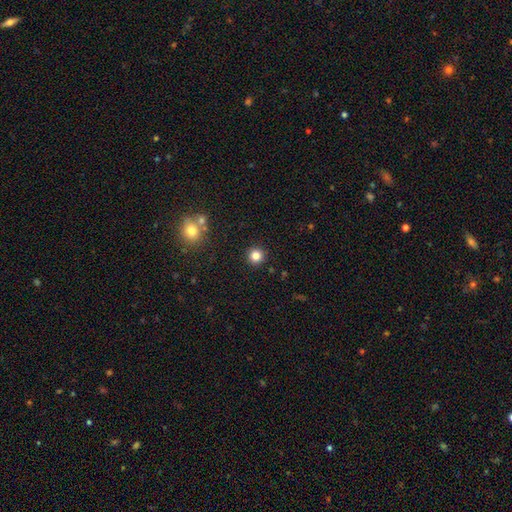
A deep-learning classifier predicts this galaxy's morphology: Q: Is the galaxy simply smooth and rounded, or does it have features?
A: smooth — 82%.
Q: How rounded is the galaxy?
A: round — 95%.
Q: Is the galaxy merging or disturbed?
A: none — 92%.